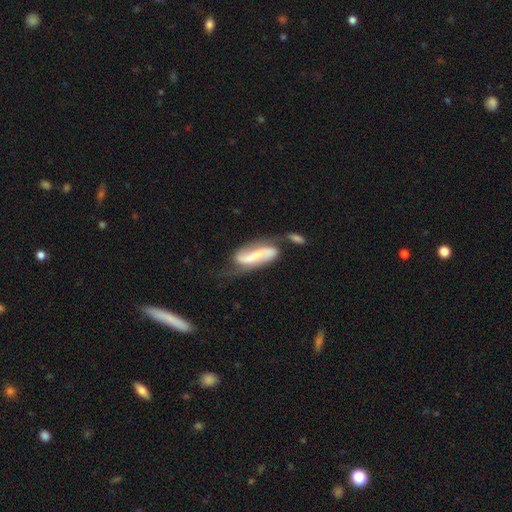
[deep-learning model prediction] Morphology: type=featured or disk (70%); edge-on=no (88%); bar=strong (49%); spiral arms=yes (90%); winding=loose (55%); arm count=2 (87%); bulge=small (35%); merging=none (38%).